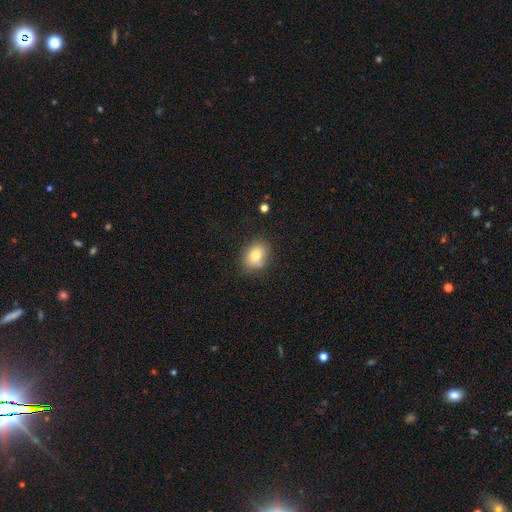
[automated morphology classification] smooth_or_featured: smooth (p=0.79) [alt: featured or disk p=0.11]
how_rounded: in between (p=0.57) [alt: round p=0.42]
merging: none (p=0.76) [alt: minor disturbance p=0.18]